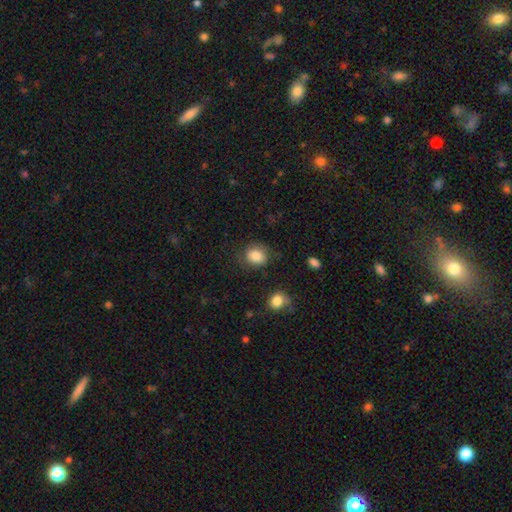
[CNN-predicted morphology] The model was most divided on "how rounded": round: 64%, in between: 35%, cigar-shaped: 1%. More confident: smooth or featured — smooth (84%); merging — none (73%).